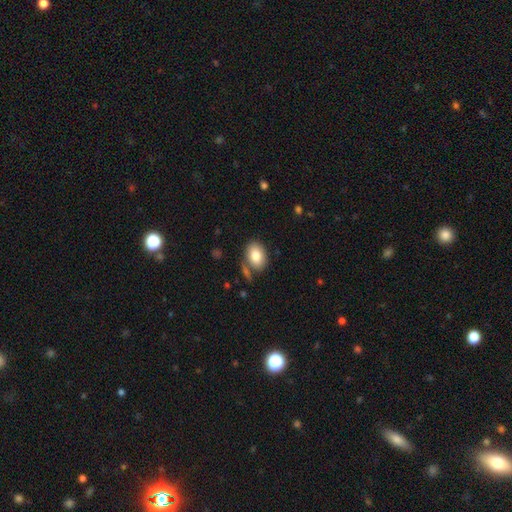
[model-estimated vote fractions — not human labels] This appears to be a smooth galaxy with no disk features (81%) that is in between round and cigar-shaped (82%). Merging: none (69%).